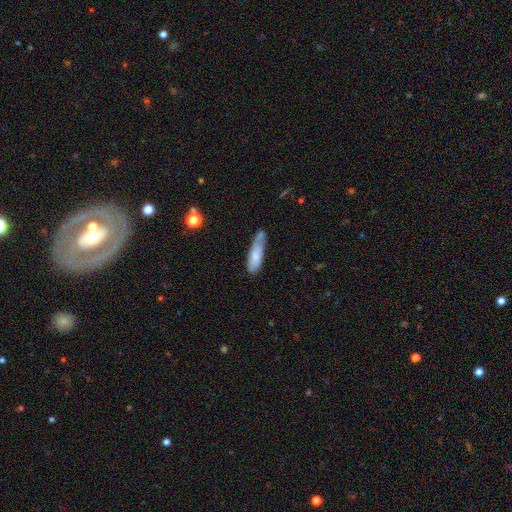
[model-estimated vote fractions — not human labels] The model was most divided on "merging": none: 45%, minor disturbance: 34%, merger: 12%, major disturbance: 10%. More confident: smooth or featured — smooth (73%); how rounded — cigar-shaped (59%).